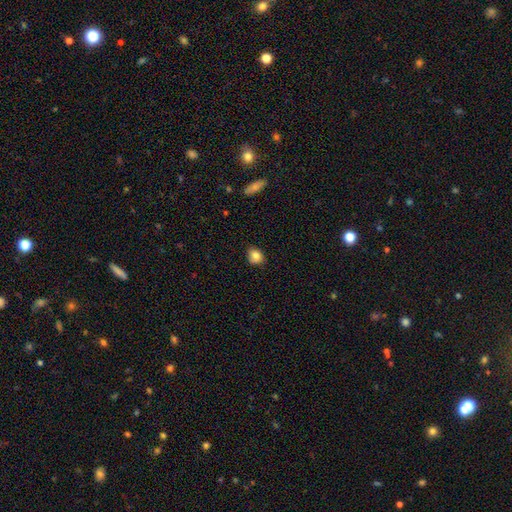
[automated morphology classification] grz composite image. It shows a smooth galaxy with no disk features (81%) that is round (56%). Merging: none (75%).